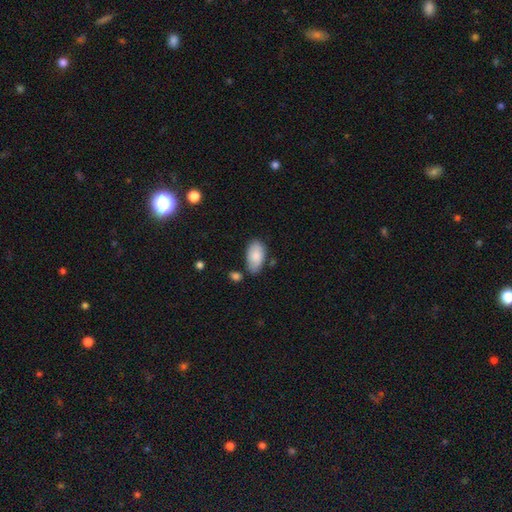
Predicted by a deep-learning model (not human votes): Morphology: type=smooth (85%); roundness=in between (95%); merging=none (68%).